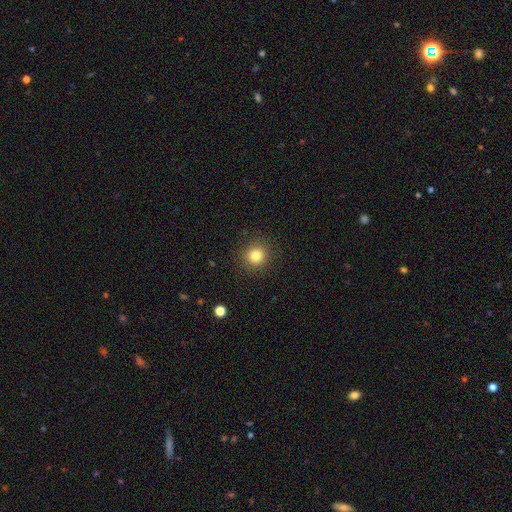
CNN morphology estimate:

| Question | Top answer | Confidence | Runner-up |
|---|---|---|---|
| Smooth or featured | smooth | 81% | star or artifact (12%) |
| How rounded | round | 92% | in between (7%) |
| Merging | none | 90% | minor disturbance (6%) |